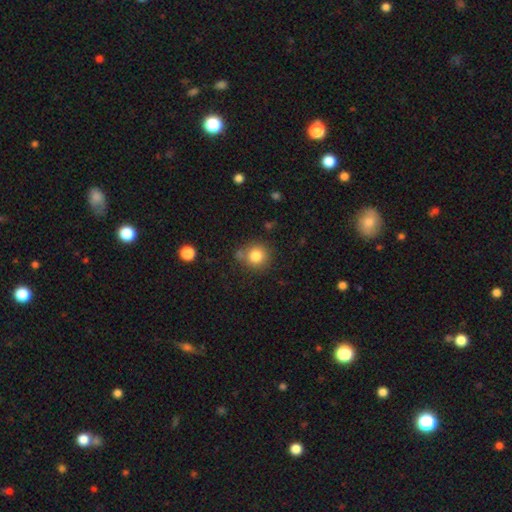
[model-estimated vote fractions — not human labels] Q: Smooth or featured?
A: smooth (81%); runner-up: star or artifact (11%)
Q: How rounded?
A: round (90%); runner-up: in between (9%)
Q: Merging?
A: none (72%); runner-up: minor disturbance (14%)